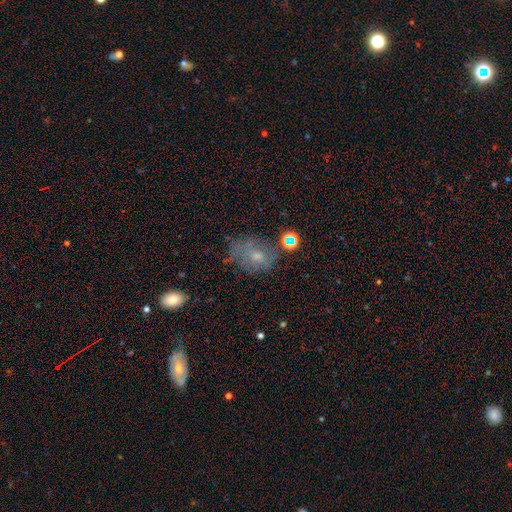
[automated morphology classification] This appears to be a smooth galaxy with no disk features (45%). Merging: none (44%).